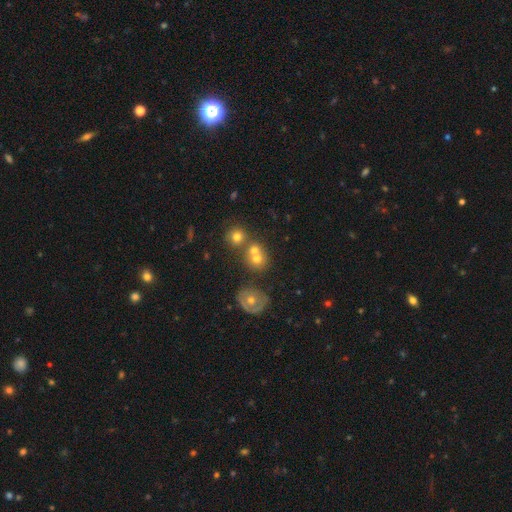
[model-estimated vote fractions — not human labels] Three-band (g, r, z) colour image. It shows a smooth galaxy with no disk features (57%) that is round (81%). Merging: none (50%).